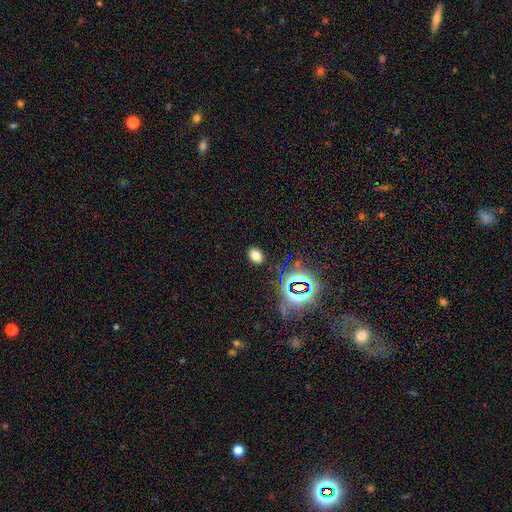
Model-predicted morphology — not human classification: Smooth or featured? Predicted: smooth (p=0.70). How rounded? Predicted: in between (p=0.82). Merging? Predicted: none (p=0.87).